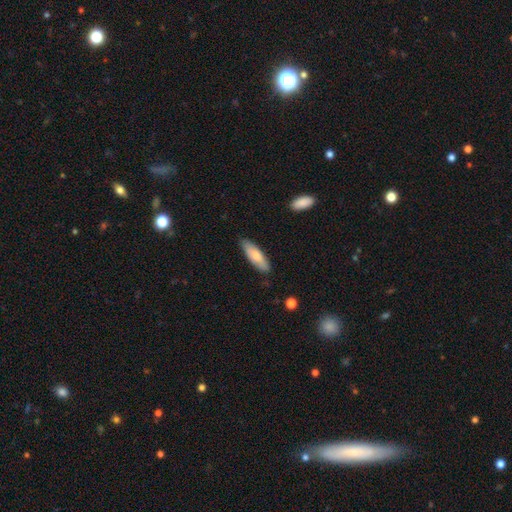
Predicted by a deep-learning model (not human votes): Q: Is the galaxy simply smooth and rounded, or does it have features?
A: smooth — 74%.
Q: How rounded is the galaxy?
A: cigar-shaped — 50%.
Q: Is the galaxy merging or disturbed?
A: none — 81%.